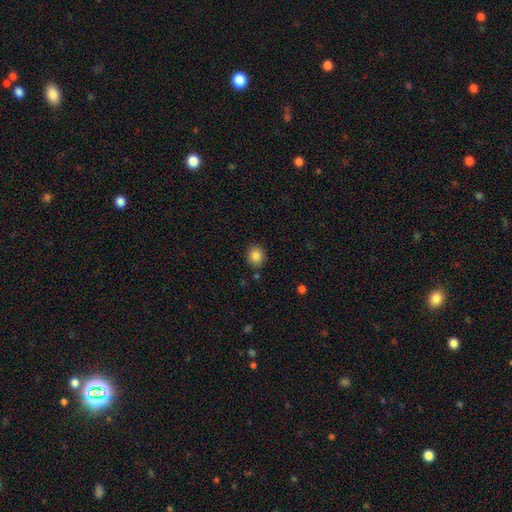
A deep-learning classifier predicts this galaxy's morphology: Q: Smooth or featured?
A: smooth (85%); runner-up: star or artifact (10%)
Q: How rounded?
A: round (76%); runner-up: in between (23%)
Q: Merging?
A: none (87%); runner-up: minor disturbance (9%)